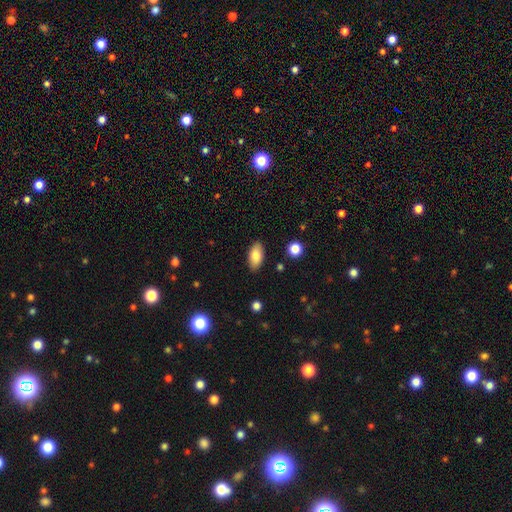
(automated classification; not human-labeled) A smooth galaxy with no disk features (83%) that is in between round and cigar-shaped (91%).

Vote fractions:
- Smooth or featured? smooth: 83% / featured or disk: 10% / star or artifact: 7%
- How rounded? in between: 91% / cigar-shaped: 6% / round: 3%
- Merging? none: 87% / minor disturbance: 10% / major disturbance: 2% / merger: 1%